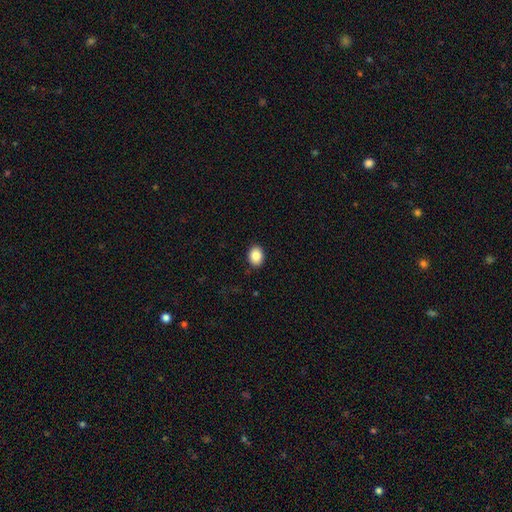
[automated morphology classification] This appears to be a smooth galaxy with no disk features (87%) that is in between round and cigar-shaped (60%). Merging: none (90%).